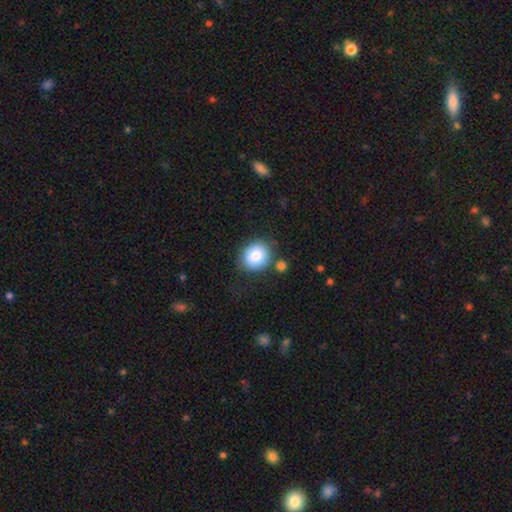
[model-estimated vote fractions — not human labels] Q: Smooth or featured?
A: smooth (83%); runner-up: featured or disk (10%)
Q: How rounded?
A: round (74%); runner-up: in between (26%)
Q: Merging?
A: none (73%); runner-up: minor disturbance (14%)